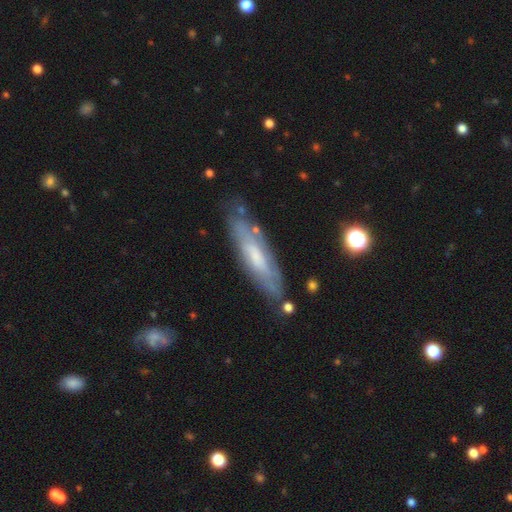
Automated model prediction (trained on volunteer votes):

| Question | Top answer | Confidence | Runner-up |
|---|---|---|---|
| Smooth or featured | featured or disk | 58% | smooth (35%) |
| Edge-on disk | no | 54% | yes (46%) |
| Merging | none | 76% | minor disturbance (17%) |